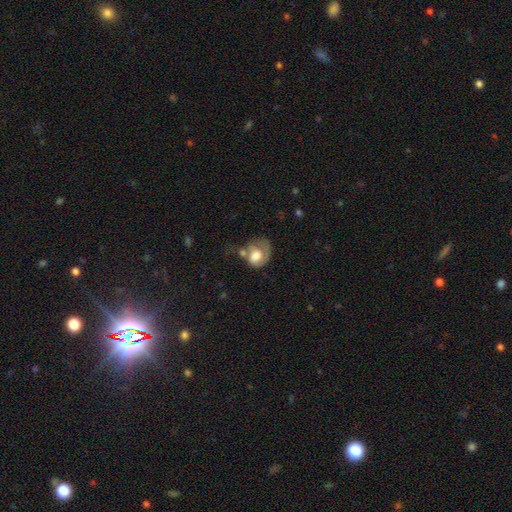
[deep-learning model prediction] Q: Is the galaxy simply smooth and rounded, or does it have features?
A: featured or disk — 47%.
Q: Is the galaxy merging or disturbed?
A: major disturbance — 34%.